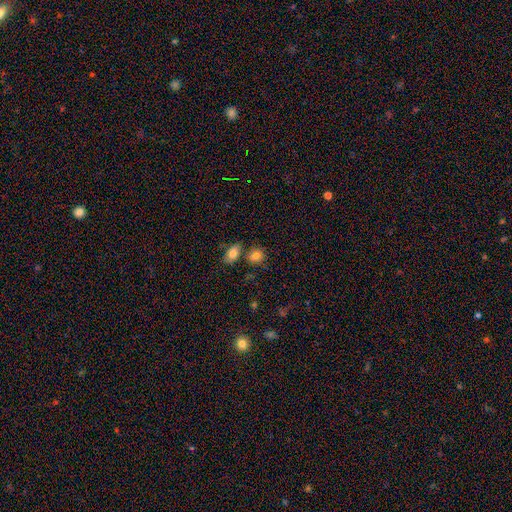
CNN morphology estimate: A smooth galaxy with no disk features (82%) that is round (55%).

Vote fractions:
- Smooth or featured? smooth: 82% / star or artifact: 10% / featured or disk: 8%
- How rounded? round: 55% / in between: 43% / cigar-shaped: 2%
- Merging? none: 67% / merger: 18% / minor disturbance: 12% / major disturbance: 3%